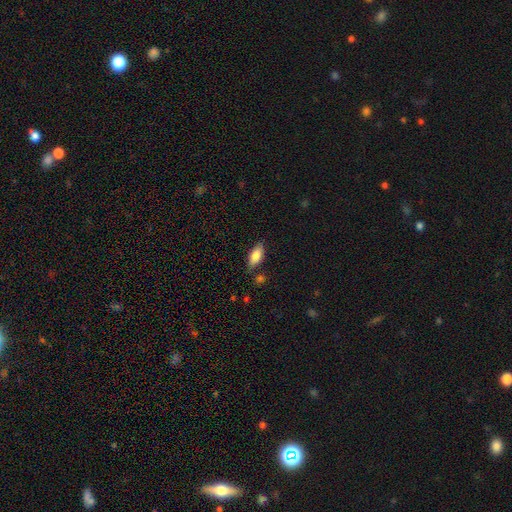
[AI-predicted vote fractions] A smooth galaxy with no disk features (81%) that is in between round and cigar-shaped (83%). Merging: none (78%).